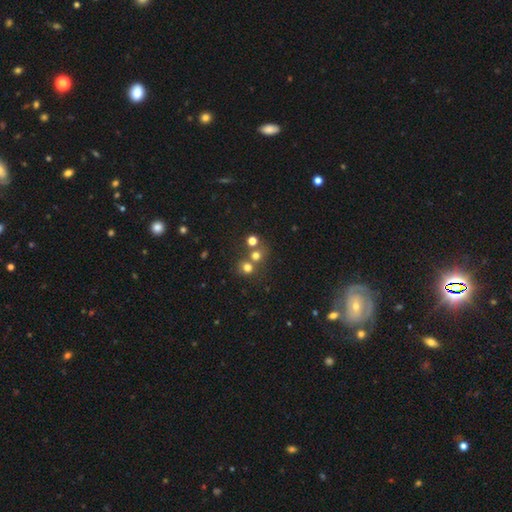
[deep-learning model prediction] smooth_or_featured: smooth (p=0.67) [alt: star or artifact p=0.22]
how_rounded: round (p=0.85) [alt: in between p=0.14]
merging: none (p=0.54) [alt: merger p=0.36]